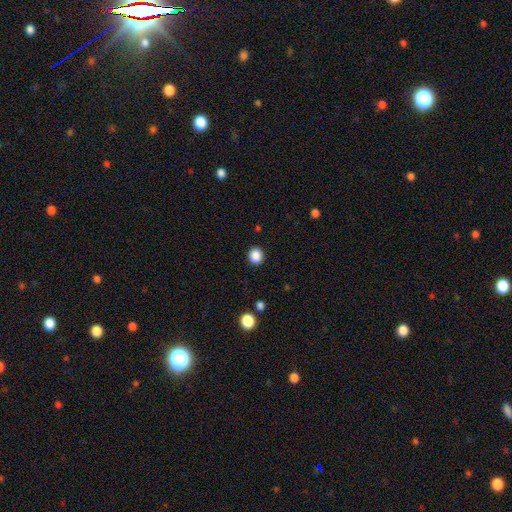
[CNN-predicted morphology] smooth 87%, star or artifact 10%, featured or disk 3%. Down the decision tree: how rounded — round (85%); merging — none (91%).